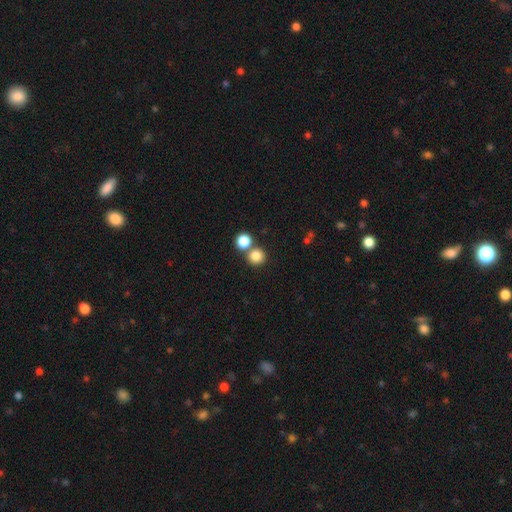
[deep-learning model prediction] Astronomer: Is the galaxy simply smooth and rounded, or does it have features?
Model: smooth — 82%.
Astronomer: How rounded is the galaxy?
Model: round — 90%.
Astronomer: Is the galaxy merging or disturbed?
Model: none — 64%.